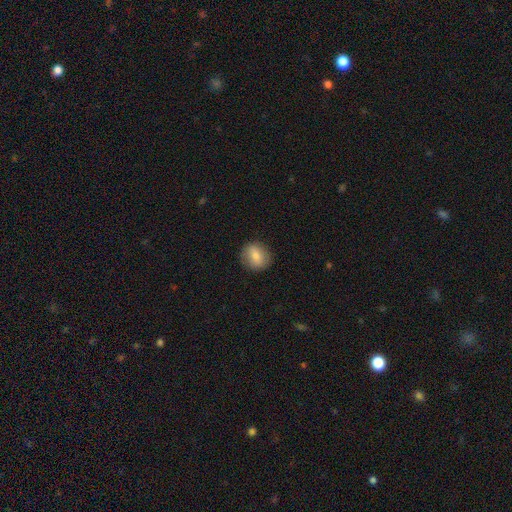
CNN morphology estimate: Overall: smooth (73%). How rounded: round (75%). Merging: none (87%).